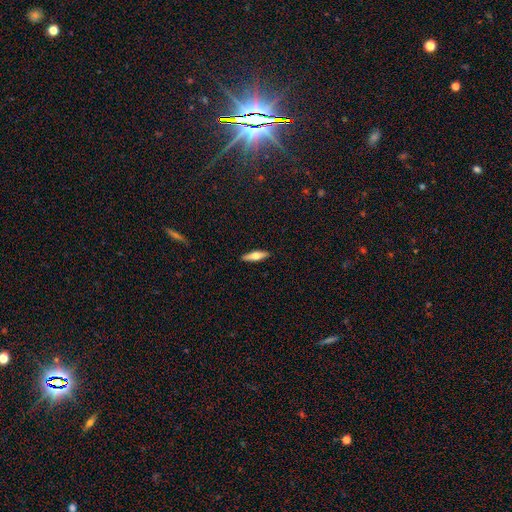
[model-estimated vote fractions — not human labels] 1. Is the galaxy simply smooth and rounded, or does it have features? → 55% smooth, 39% featured or disk, 6% star or artifact.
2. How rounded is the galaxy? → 66% cigar-shaped, 32% in between, 2% round.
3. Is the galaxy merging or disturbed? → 91% none, 7% minor disturbance, 2% major disturbance, 1% merger.